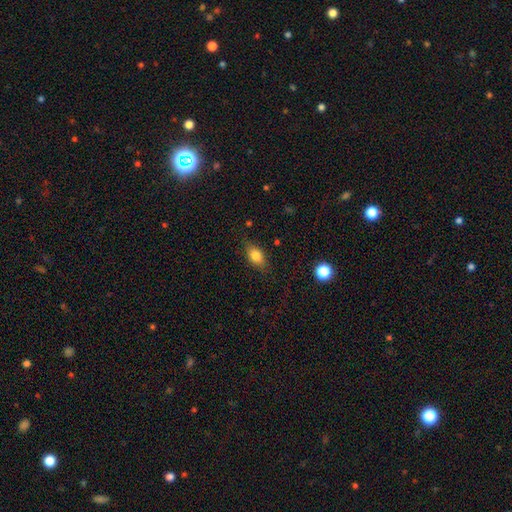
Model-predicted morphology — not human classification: Smooth or featured: smooth — 80% (featured or disk — 11%)
How rounded: in between — 80% (round — 14%)
Merging: none — 80% (minor disturbance — 15%)